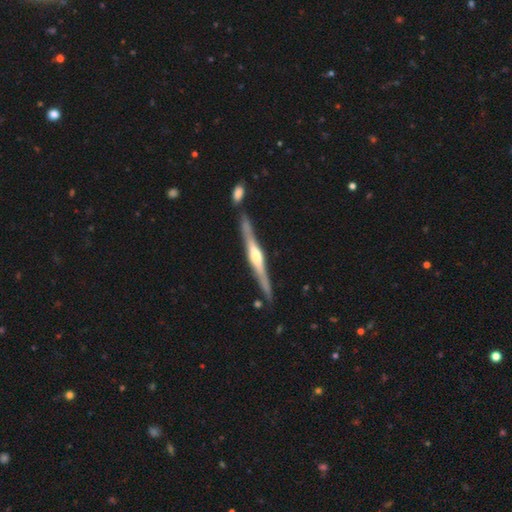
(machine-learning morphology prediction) Overall: featured or disk (80%). Edge-on disk: yes (98%). Edge-on bulge: rounded (78%). Merging: none (83%).